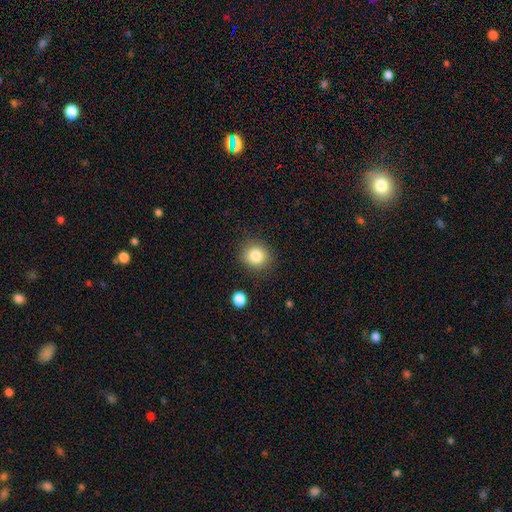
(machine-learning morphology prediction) smooth-or-featured: smooth: 84% | star or artifact: 10% | featured or disk: 6%
  how-rounded: round: 83% | in between: 16% | cigar-shaped: 1%
  merging: none: 86% | minor disturbance: 9% | major disturbance: 3% | merger: 2%